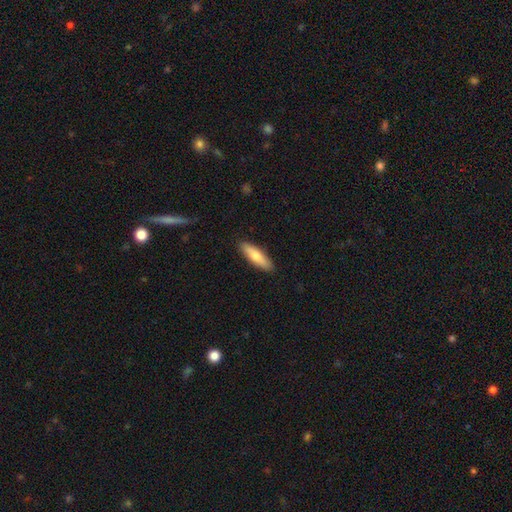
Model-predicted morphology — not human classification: Smooth or featured? smooth (73%)
How rounded? cigar-shaped (60%)
Merging? none (90%)